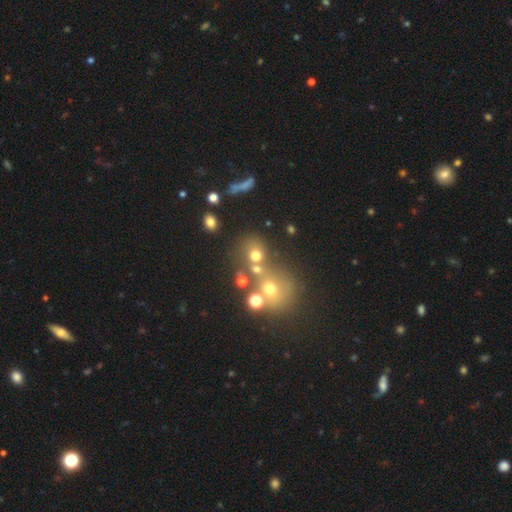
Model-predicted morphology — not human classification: smooth_or_featured: smooth (p=0.64) [alt: star or artifact p=0.21]
how_rounded: round (p=0.77) [alt: in between p=0.22]
merging: none (p=0.47) [alt: merger p=0.38]